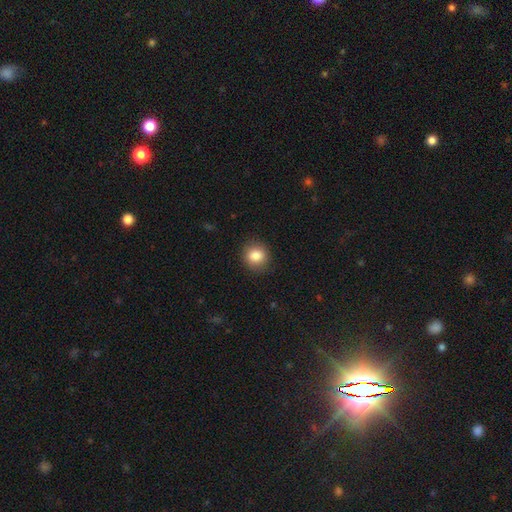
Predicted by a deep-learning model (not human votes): Smooth or featured: smooth — 85% (star or artifact — 9%)
How rounded: round — 84% (in between — 15%)
Merging: none — 88% (minor disturbance — 8%)